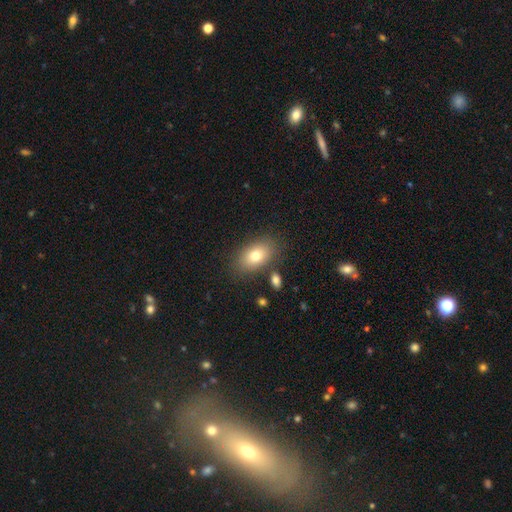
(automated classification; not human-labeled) This appears to be a smooth galaxy with no disk features (77%) that is in between round and cigar-shaped (89%). Merging: none (80%).